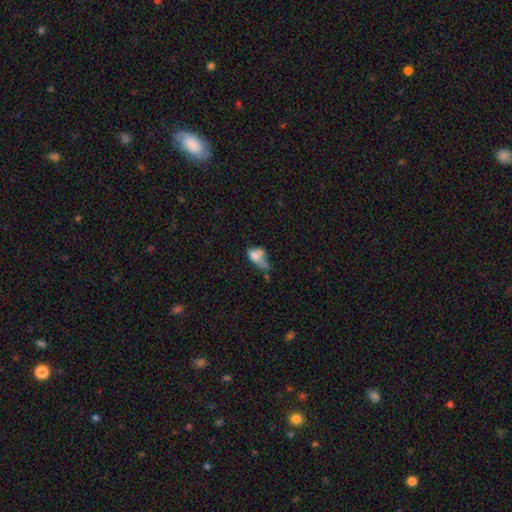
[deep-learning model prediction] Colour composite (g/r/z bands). It shows a smooth galaxy with no disk features (62%) that is in between round and cigar-shaped (80%). Merging: major disturbance (33%).